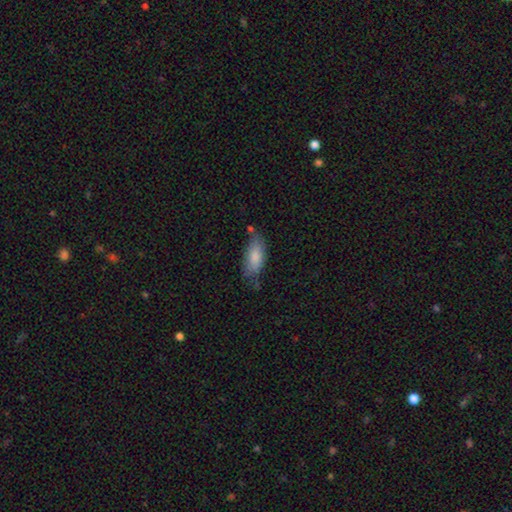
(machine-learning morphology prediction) smooth-or-featured: smooth: 79% | featured or disk: 14% | star or artifact: 7%
  how-rounded: in between: 79% | cigar-shaped: 19% | round: 2%
  merging: none: 64% | minor disturbance: 25% | merger: 6% | major disturbance: 6%